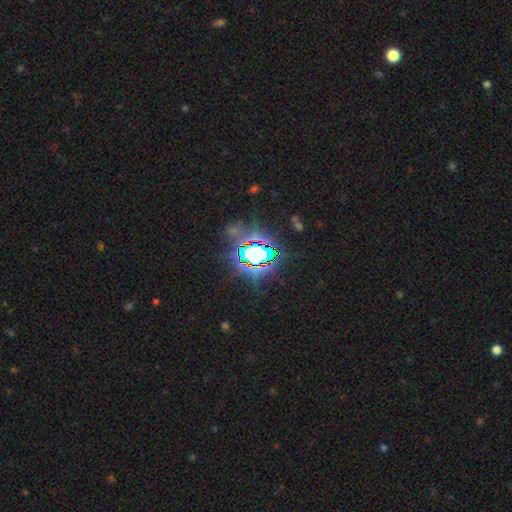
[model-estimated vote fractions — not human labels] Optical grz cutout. It shows a star or artifact, not a galaxy (82%).